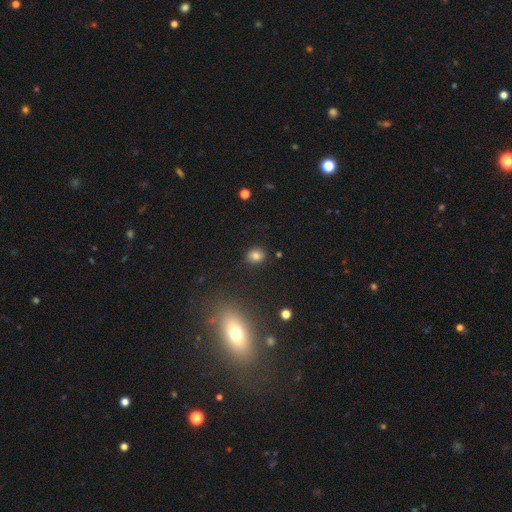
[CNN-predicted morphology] Smooth or featured: smooth — 81% (star or artifact — 13%)
How rounded: round — 62% (in between — 36%)
Merging: none — 87% (minor disturbance — 8%)